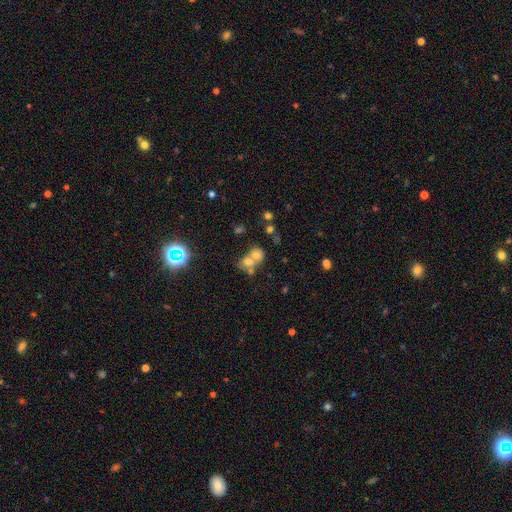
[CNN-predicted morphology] Smooth or featured: smooth — 60% (featured or disk — 22%)
How rounded: round — 59% (in between — 39%)
Merging: merger — 63% (none — 26%)